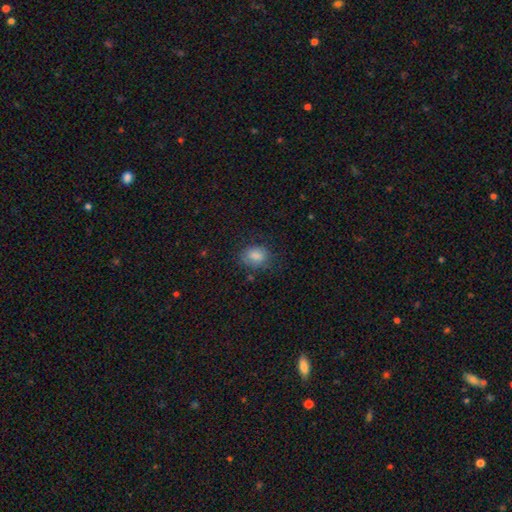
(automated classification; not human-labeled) This is clearly a smooth galaxy (83%). How rounded: possibly in between (53%). Merging: likely none (70%).